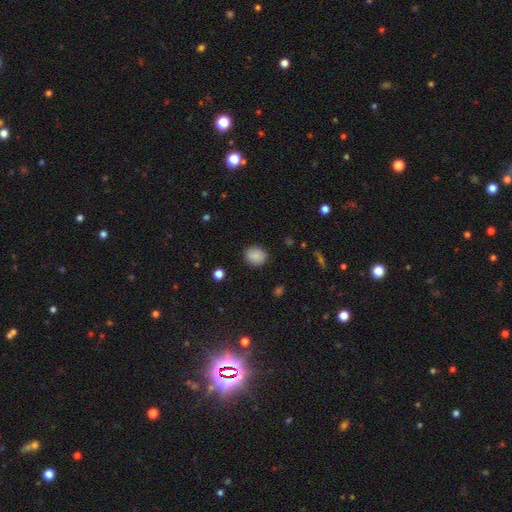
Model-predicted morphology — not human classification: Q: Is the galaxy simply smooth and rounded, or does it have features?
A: smooth — 87%.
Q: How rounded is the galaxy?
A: round — 74%.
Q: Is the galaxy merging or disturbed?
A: none — 88%.